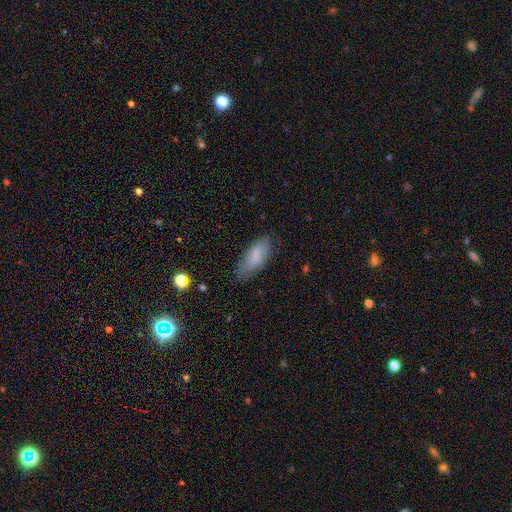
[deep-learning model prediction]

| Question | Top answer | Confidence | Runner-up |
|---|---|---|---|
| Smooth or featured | smooth | 75% | featured or disk (18%) |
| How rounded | in between | 76% | cigar-shaped (22%) |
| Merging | none | 73% | minor disturbance (20%) |